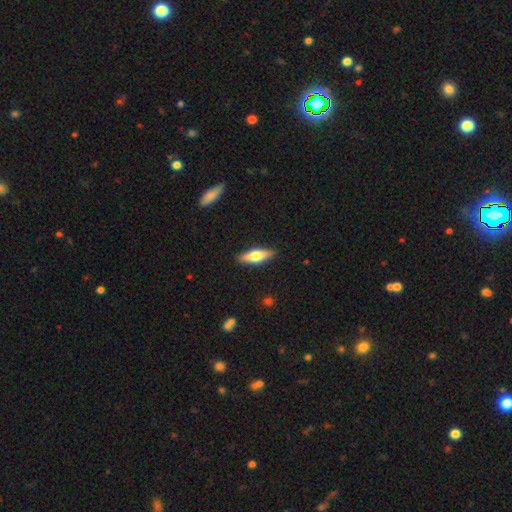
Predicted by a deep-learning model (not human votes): A smooth galaxy with no disk features (58%) that is in between round and cigar-shaped (52%). Merging: none (89%).